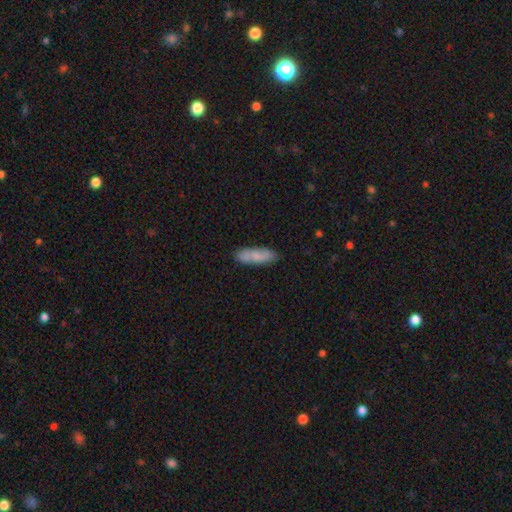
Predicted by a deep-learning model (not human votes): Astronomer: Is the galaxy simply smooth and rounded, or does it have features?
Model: smooth — 74%.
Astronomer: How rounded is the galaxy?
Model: cigar-shaped — 51% (runner-up: in between, 48%).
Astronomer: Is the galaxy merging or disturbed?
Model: none — 83%.